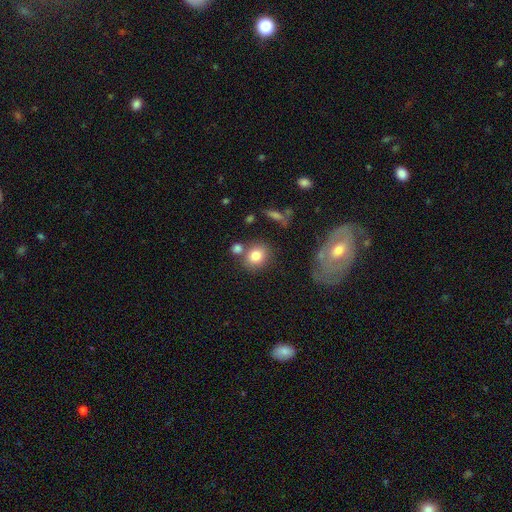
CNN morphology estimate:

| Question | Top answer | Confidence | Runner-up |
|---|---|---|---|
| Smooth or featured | smooth | 81% | featured or disk (10%) |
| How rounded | round | 71% | in between (27%) |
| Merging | none | 67% | merger (16%) |